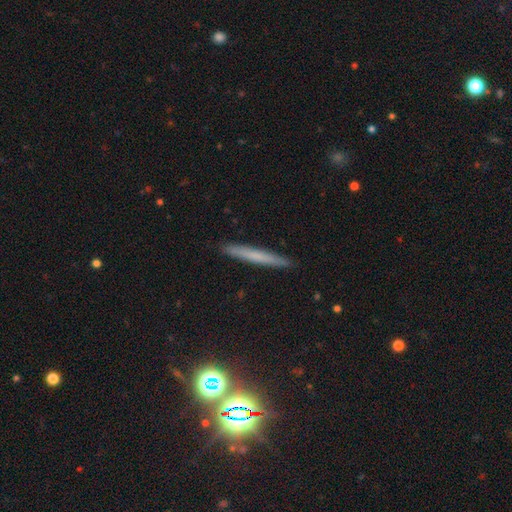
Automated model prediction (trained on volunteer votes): Overall: smooth (57%; featured or disk 34%). How rounded: cigar-shaped (96%). Merging: none (91%).